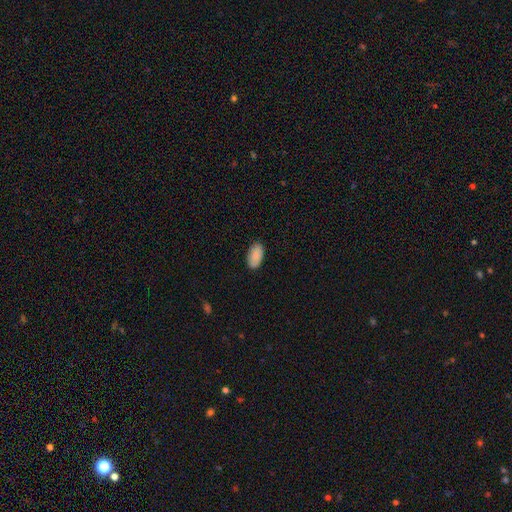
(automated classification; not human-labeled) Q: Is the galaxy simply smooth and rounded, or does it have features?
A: smooth — 89%.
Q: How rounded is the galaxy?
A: in between — 95%.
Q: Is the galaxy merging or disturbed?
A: none — 88%.